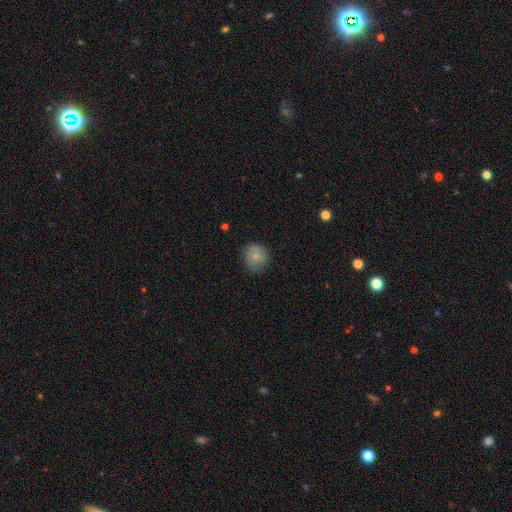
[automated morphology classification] smooth 65%, featured or disk 27%, star or artifact 8%. Down the decision tree: how rounded — round (83%); merging — none (74%).